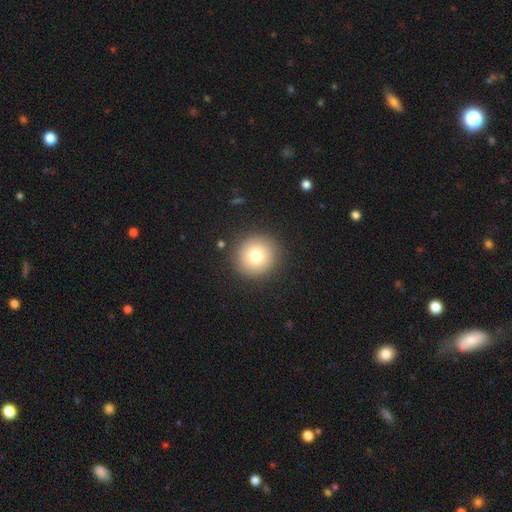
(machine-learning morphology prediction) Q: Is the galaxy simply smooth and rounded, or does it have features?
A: smooth — 78%.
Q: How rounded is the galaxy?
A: round — 94%.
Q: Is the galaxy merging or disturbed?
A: none — 90%.